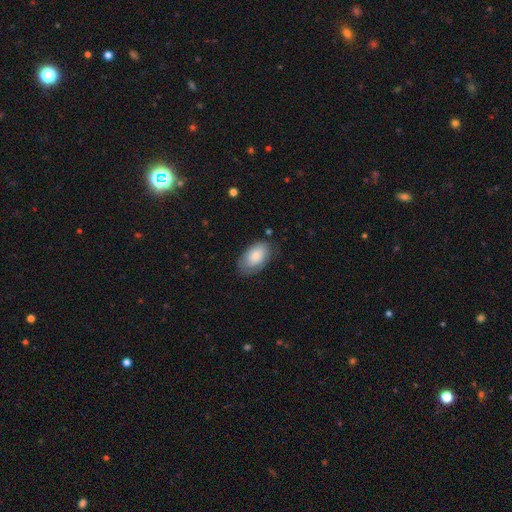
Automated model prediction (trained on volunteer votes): Overall: smooth (80%). How rounded: in between (94%). Merging: none (72%).